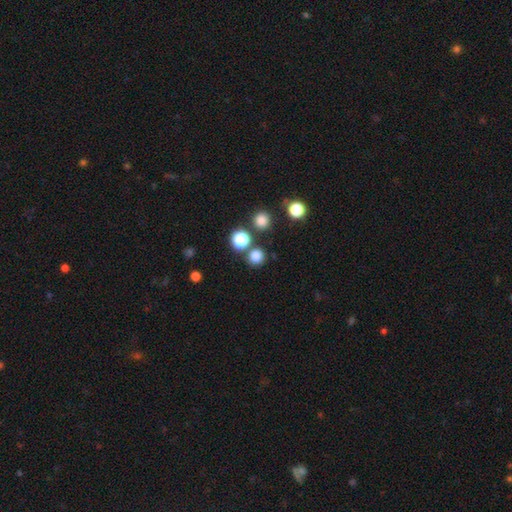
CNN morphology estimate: type=smooth (79%); roundness=round (92%); merging=none (80%).